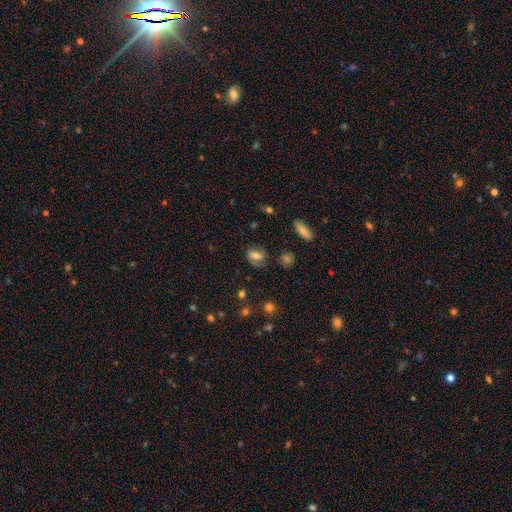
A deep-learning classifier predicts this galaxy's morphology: Overall: smooth (54%; featured or disk 33%). How rounded: in between (68%; round 29%). Merging: none (66%).